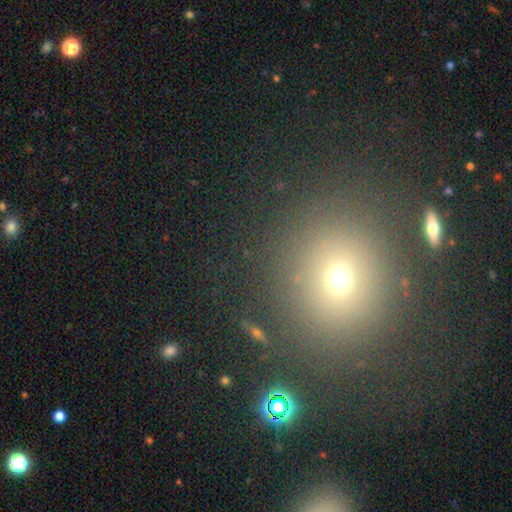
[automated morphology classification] Smooth or featured?
  - smooth: 57% *
  - star or artifact: 33%
  - featured or disk: 10%
How rounded?
  - round: 86% *
  - in between: 13%
  - cigar-shaped: 1%
Merging?
  - none: 84% *
  - minor disturbance: 8%
  - major disturbance: 5%
  - merger: 3%